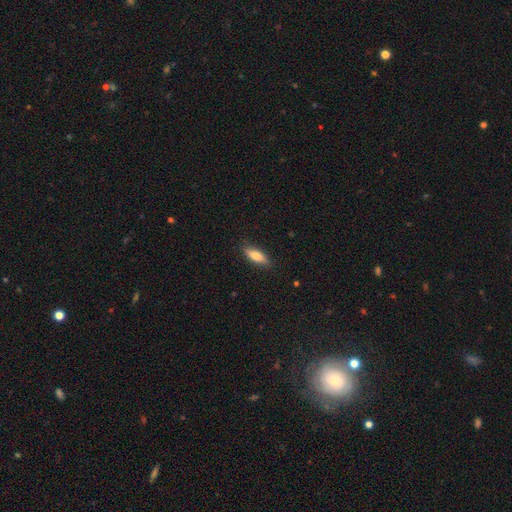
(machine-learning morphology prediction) Smooth or featured?
  - smooth: 73% *
  - featured or disk: 21%
  - star or artifact: 6%
How rounded?
  - in between: 57% *
  - cigar-shaped: 41%
  - round: 2%
Merging?
  - none: 87% *
  - minor disturbance: 10%
  - major disturbance: 2%
  - merger: 1%